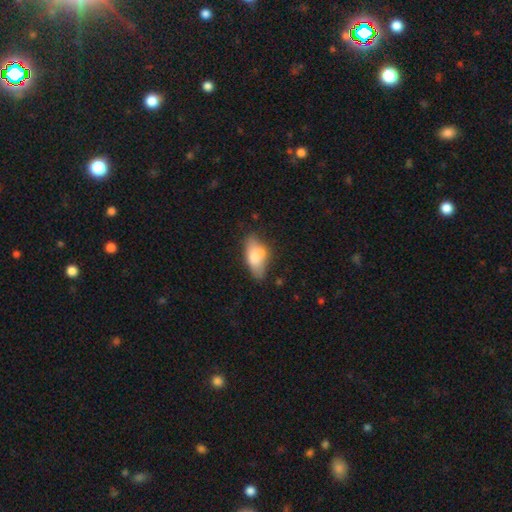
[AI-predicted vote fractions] This appears to be a smooth galaxy with no disk features (71%) that is in between round and cigar-shaped (88%). Merging: none (41%).